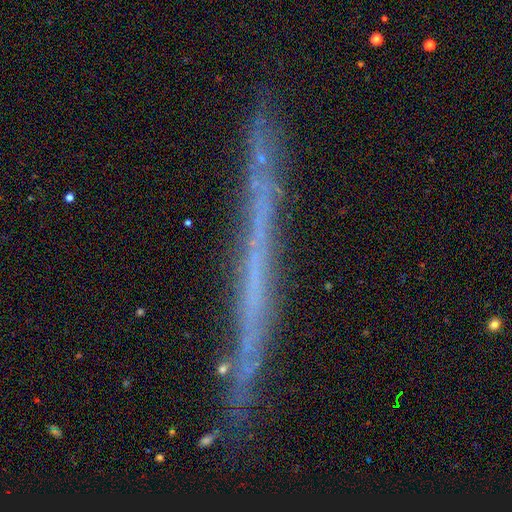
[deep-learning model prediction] Q: Smooth or featured?
A: featured or disk (57%); runner-up: smooth (23%)
Q: Edge-on disk?
A: yes (92%); runner-up: no (8%)
Q: Edge-on bulge?
A: none (86%); runner-up: rounded (8%)
Q: Merging?
A: none (82%); runner-up: minor disturbance (12%)